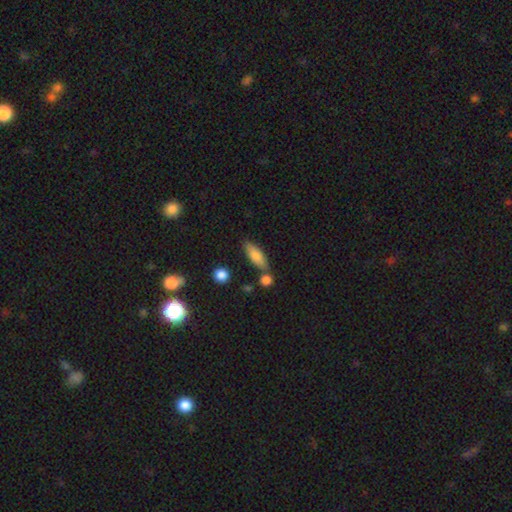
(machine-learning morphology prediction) Smooth or featured? smooth (78%)
How rounded? in between (60%)
Merging? none (66%)